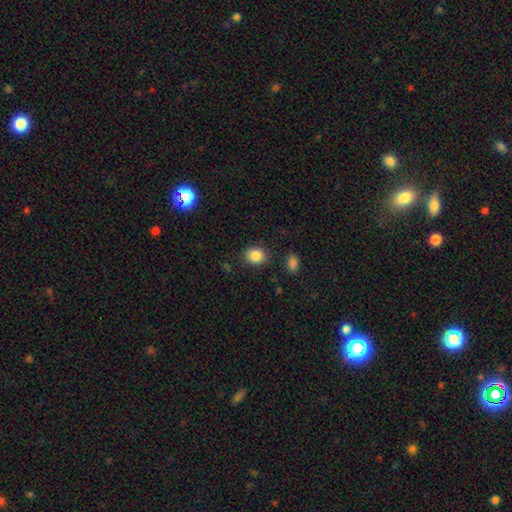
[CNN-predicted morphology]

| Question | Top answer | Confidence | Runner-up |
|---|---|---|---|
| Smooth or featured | smooth | 86% | star or artifact (9%) |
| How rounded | round | 60% | in between (39%) |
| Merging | none | 84% | minor disturbance (10%) |